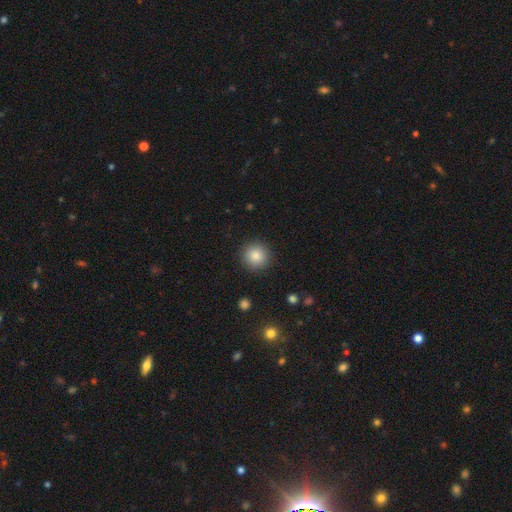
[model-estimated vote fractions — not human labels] Morphology: type=smooth (85%); roundness=round (94%); merging=none (91%).